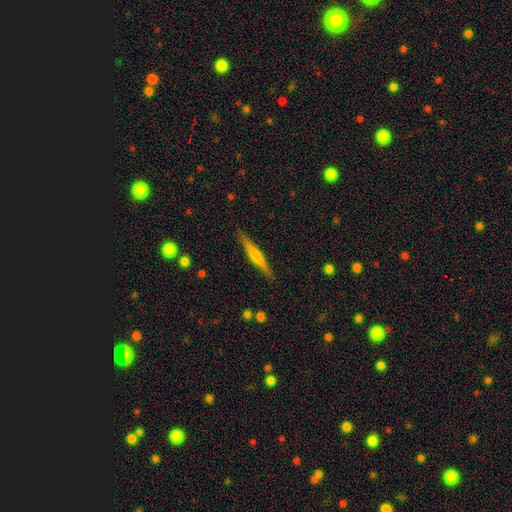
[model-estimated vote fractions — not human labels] The model was most divided on "smooth or featured": featured or disk: 49%, smooth: 45%, star or artifact: 6%. More confident: merging — none (90%).